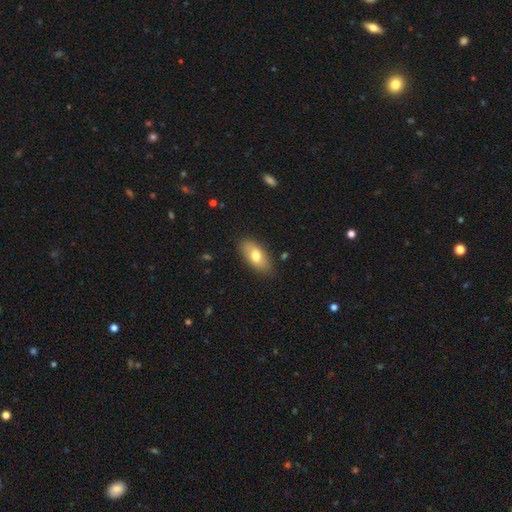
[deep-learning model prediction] This is likely a smooth galaxy (73%). How rounded: clearly in between (89%). Merging: clearly none (85%).